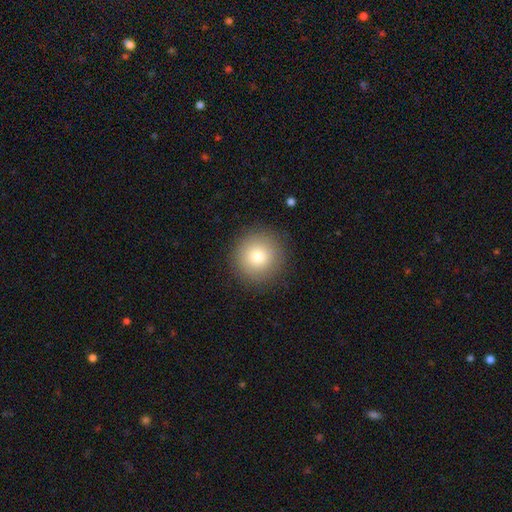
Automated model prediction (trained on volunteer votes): Morphology: type=smooth (77%); roundness=round (94%); merging=none (91%).